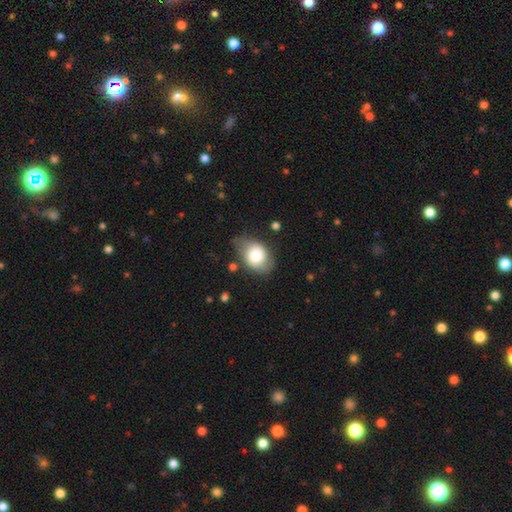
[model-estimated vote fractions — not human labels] This is likely a smooth galaxy (70%). How rounded: likely in between (72%). Merging: likely none (61%).